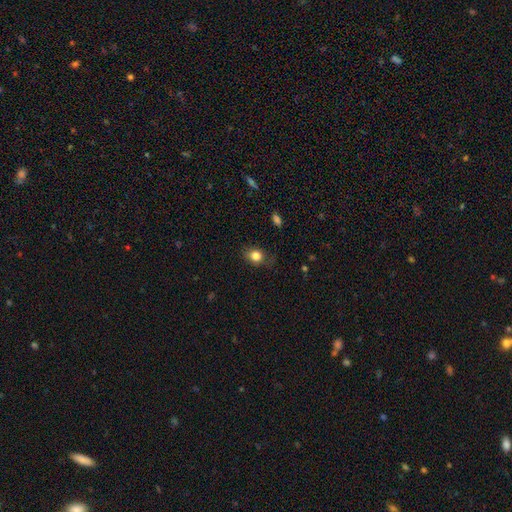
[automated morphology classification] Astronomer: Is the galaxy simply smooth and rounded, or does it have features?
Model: smooth — 83%.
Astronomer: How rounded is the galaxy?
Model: round — 52% (runner-up: in between, 47%).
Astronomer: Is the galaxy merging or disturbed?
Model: none — 75%.